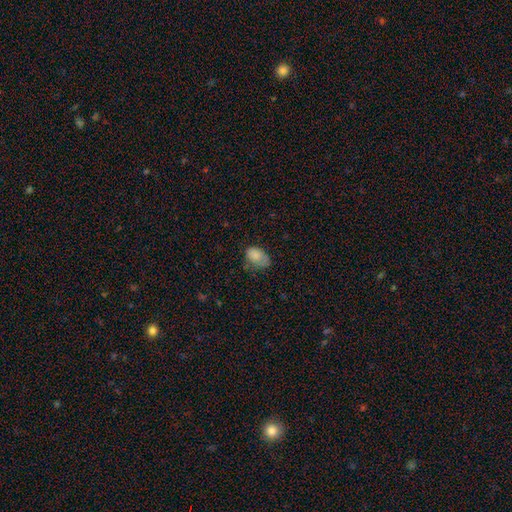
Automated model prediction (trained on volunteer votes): Overall: smooth (81%). How rounded: in between (82%). Merging: none (48%; minor disturbance 35%).